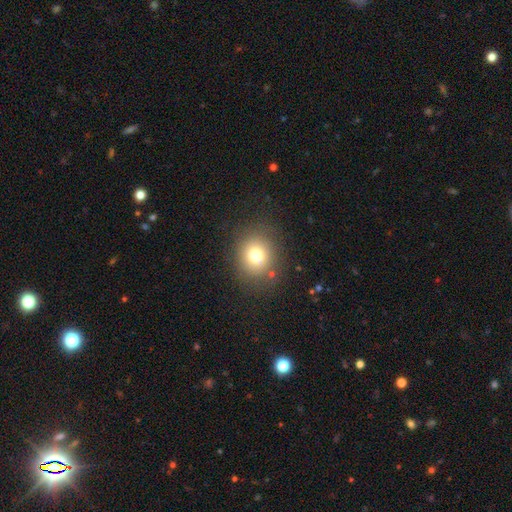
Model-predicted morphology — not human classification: The model was most divided on "how rounded": round: 75%, in between: 24%, cigar-shaped: 1%. More confident: merging — none (83%); smooth or featured — smooth (75%).